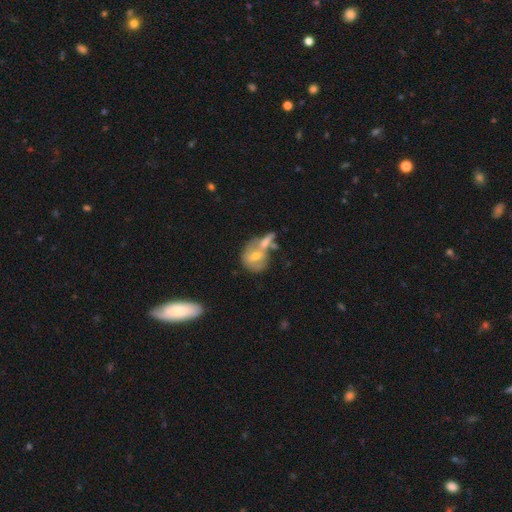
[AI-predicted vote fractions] smooth-or-featured: smooth: 51% | featured or disk: 40% | star or artifact: 9%
  how-rounded: round: 57% | in between: 40% | cigar-shaped: 3%
  merging: merger: 54% | none: 28% | minor disturbance: 12% | major disturbance: 7%